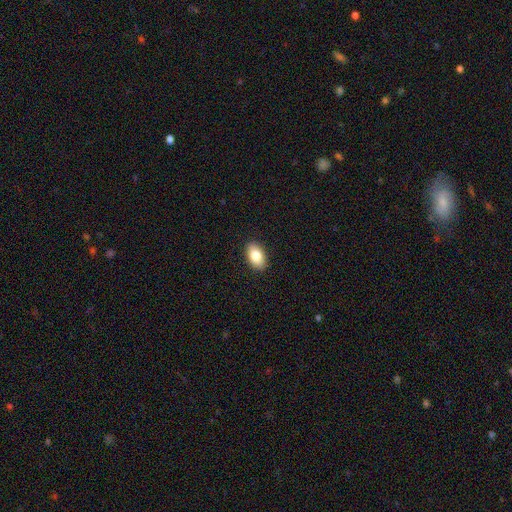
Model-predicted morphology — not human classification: Smooth or featured? smooth (84%)
How rounded? in between (92%)
Merging? none (90%)